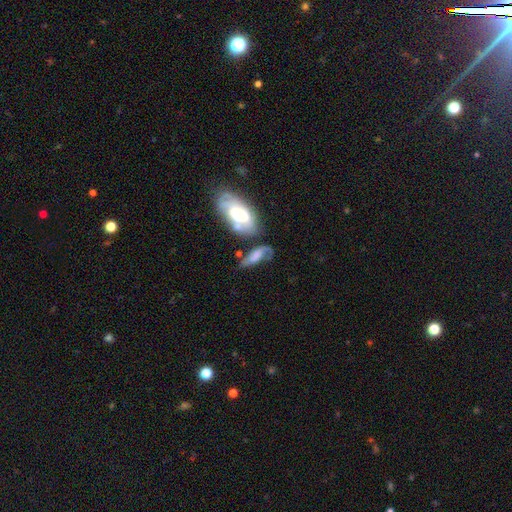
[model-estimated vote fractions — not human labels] Morphology: type=featured or disk (46%); merging=none (36%).